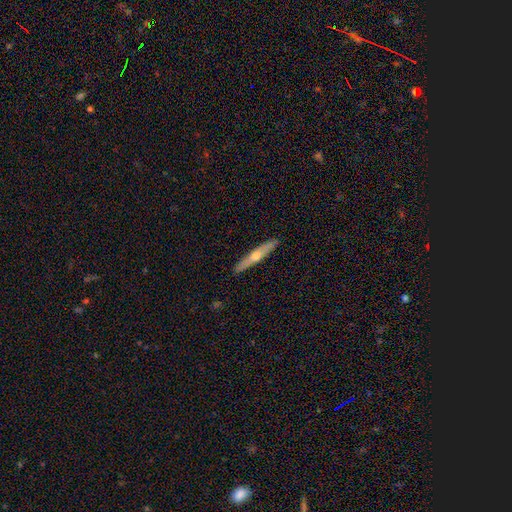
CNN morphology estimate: Q: Smooth or featured?
A: featured or disk (59%); runner-up: smooth (35%)
Q: Edge-on disk?
A: yes (94%); runner-up: no (6%)
Q: Edge-on bulge?
A: rounded (89%); runner-up: none (9%)
Q: Merging?
A: none (92%); runner-up: minor disturbance (6%)